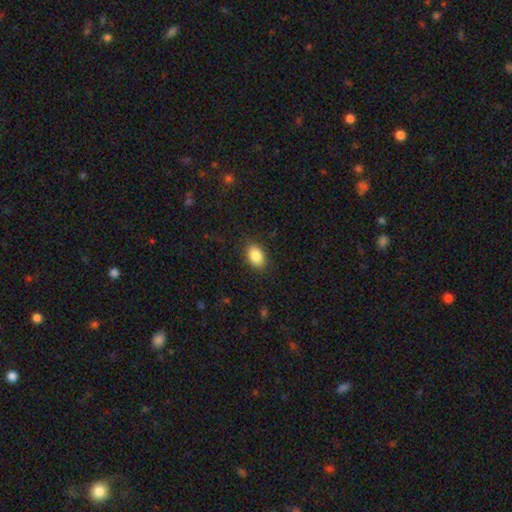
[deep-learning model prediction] The model was most divided on "how rounded": in between: 85%, round: 14%, cigar-shaped: 1%. More confident: smooth or featured — smooth (87%); merging — none (86%).